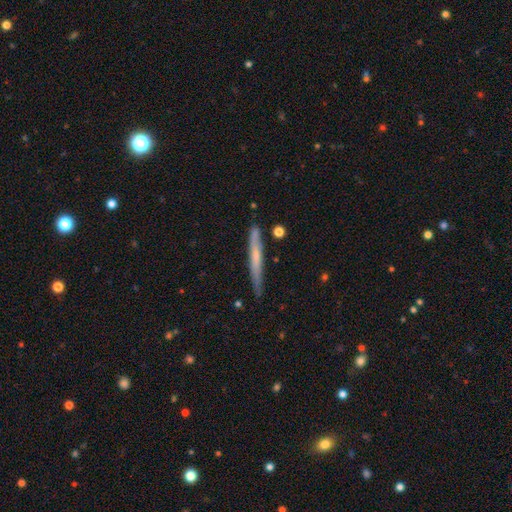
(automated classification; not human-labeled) A smooth galaxy with no disk features (48%).

Vote fractions:
- Smooth or featured? smooth: 48% / featured or disk: 46% / star or artifact: 6%
- Merging? none: 83% / minor disturbance: 13% / merger: 2% / major disturbance: 2%